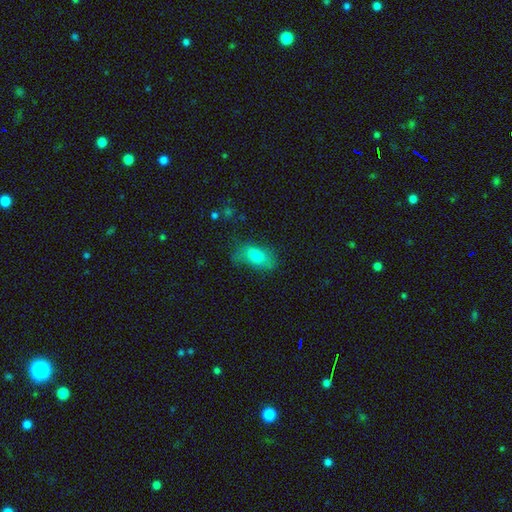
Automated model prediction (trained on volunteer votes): Smooth or featured?
  - smooth: 76% *
  - featured or disk: 15%
  - star or artifact: 9%
How rounded?
  - in between: 86% *
  - round: 9%
  - cigar-shaped: 6%
Merging?
  - none: 59% *
  - minor disturbance: 27%
  - major disturbance: 12%
  - merger: 2%